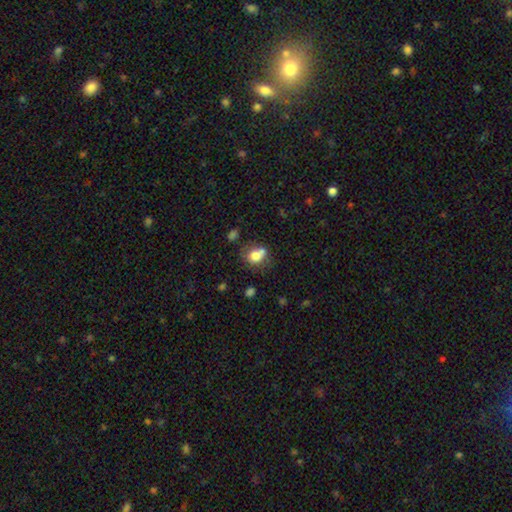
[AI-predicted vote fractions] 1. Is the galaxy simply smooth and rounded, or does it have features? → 74% smooth, 16% featured or disk, 10% star or artifact.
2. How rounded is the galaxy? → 61% round, 38% in between, 1% cigar-shaped.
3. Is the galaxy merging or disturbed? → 43% none, 34% merger, 16% minor disturbance, 7% major disturbance.